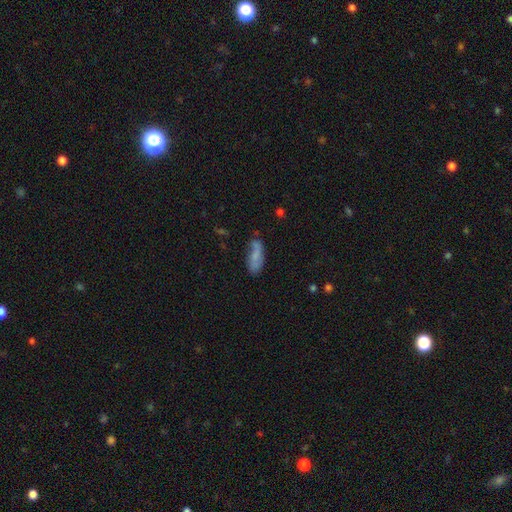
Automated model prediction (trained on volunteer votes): This appears to be a smooth galaxy with no disk features (68%) that is in between round and cigar-shaped (66%). Merging: none (56%).